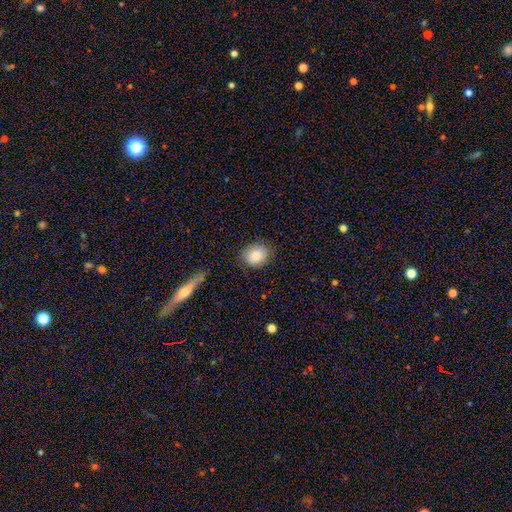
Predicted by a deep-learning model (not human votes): Overall: smooth (81%). How rounded: round (68%; in between 31%). Merging: none (84%).